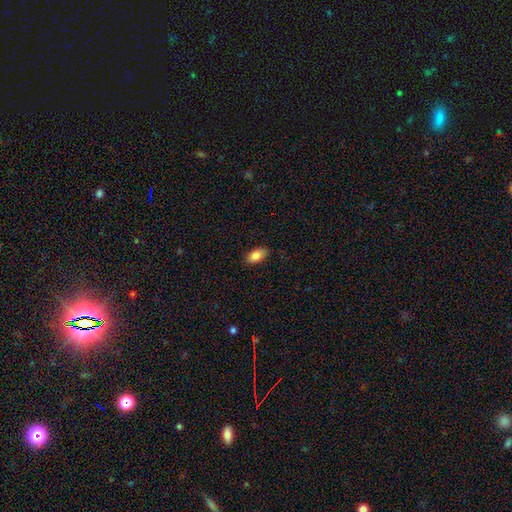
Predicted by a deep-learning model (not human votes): smooth_or_featured: smooth (p=0.85) [alt: featured or disk p=0.08]
how_rounded: in between (p=0.92) [alt: round p=0.05]
merging: none (p=0.84) [alt: minor disturbance p=0.12]